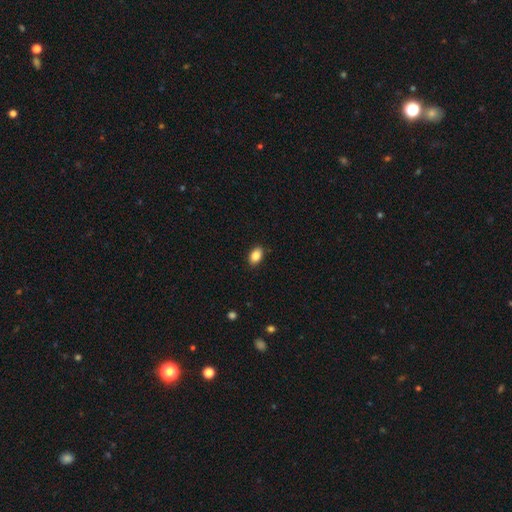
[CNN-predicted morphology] smooth-or-featured: smooth: 87% | star or artifact: 8% | featured or disk: 5%
  how-rounded: in between: 87% | round: 12% | cigar-shaped: 1%
  merging: none: 89% | minor disturbance: 8% | major disturbance: 2% | merger: 1%